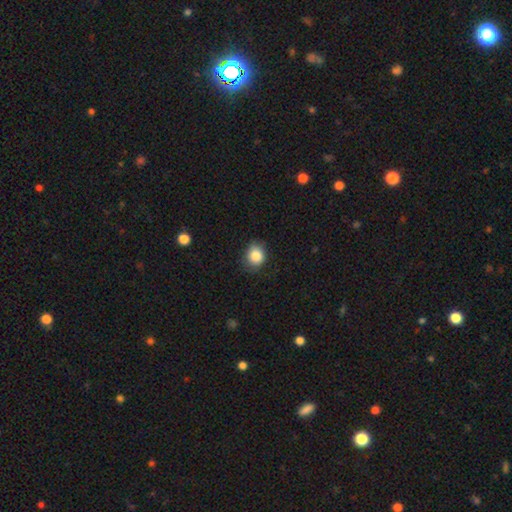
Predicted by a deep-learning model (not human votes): This appears to be a smooth galaxy with no disk features (85%) that is round (70%). Merging: none (73%).